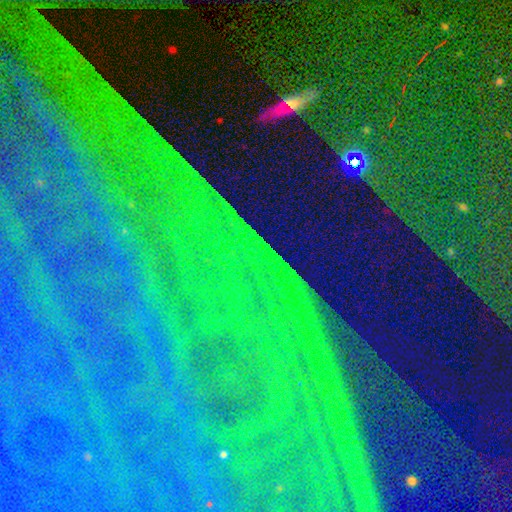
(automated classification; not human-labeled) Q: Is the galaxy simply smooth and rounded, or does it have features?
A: star or artifact — 87%.